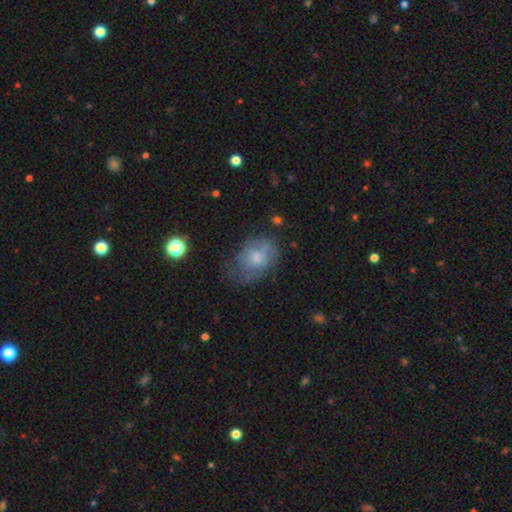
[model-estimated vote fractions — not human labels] Morphology: type=smooth (54%); roundness=in between (73%); merging=none (50%).